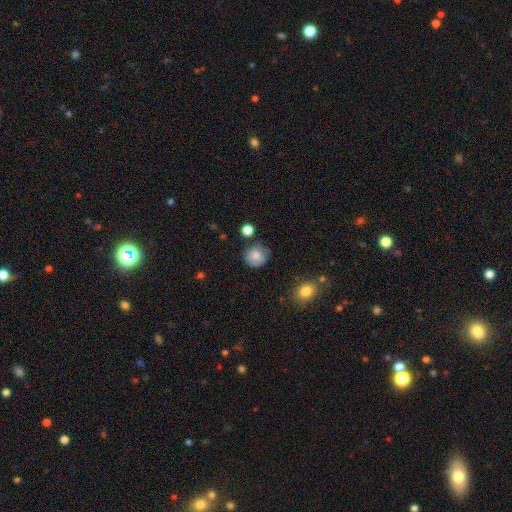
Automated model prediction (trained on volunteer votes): A smooth galaxy with no disk features (79%) that is round (86%). Merging: none (71%).